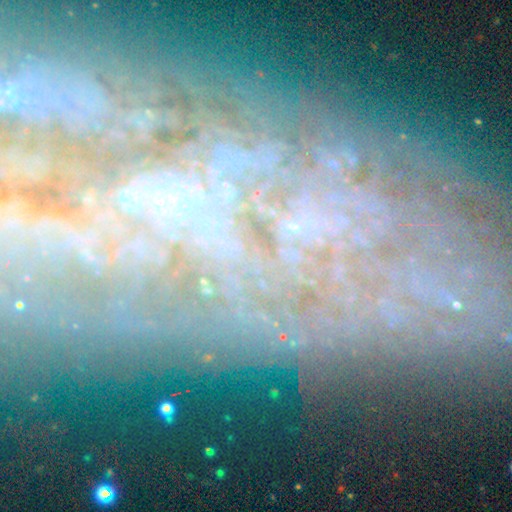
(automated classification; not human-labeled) featured or disk 50%, star or artifact 35%, smooth 15%. Down the decision tree: merging — none (63%).